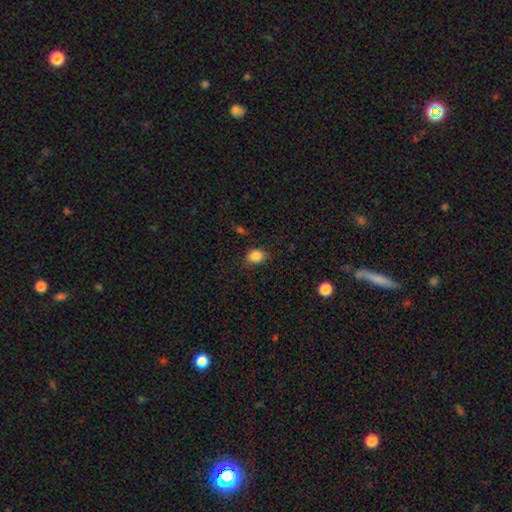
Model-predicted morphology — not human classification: A smooth galaxy with no disk features (86%) that is in between round and cigar-shaped (51%).

Vote fractions:
- Smooth or featured? smooth: 86% / star or artifact: 10% / featured or disk: 4%
- How rounded? in between: 51% / round: 48% / cigar-shaped: 1%
- Merging? none: 82% / minor disturbance: 13% / major disturbance: 3% / merger: 1%